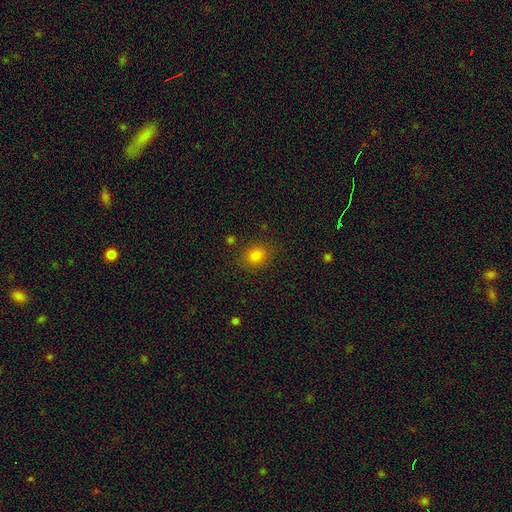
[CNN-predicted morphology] Smooth or featured? Predicted: smooth (p=0.82). How rounded? Predicted: round (p=0.65). Merging? Predicted: none (p=0.82).